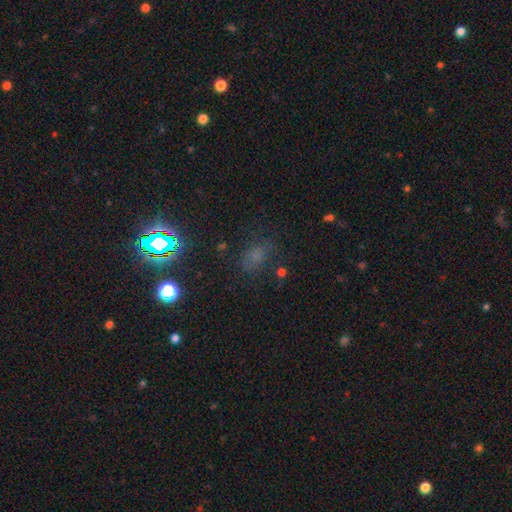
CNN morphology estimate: type=smooth (49%); merging=none (71%).